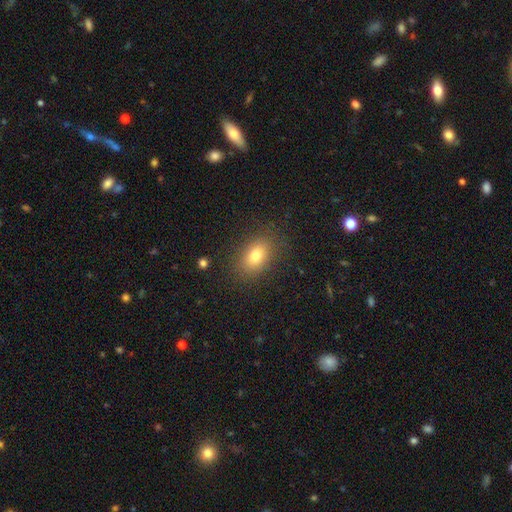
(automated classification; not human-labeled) smooth_or_featured: smooth (p=0.78) [alt: featured or disk p=0.11]
how_rounded: in between (p=0.82) [alt: round p=0.16]
merging: none (p=0.84) [alt: minor disturbance p=0.11]